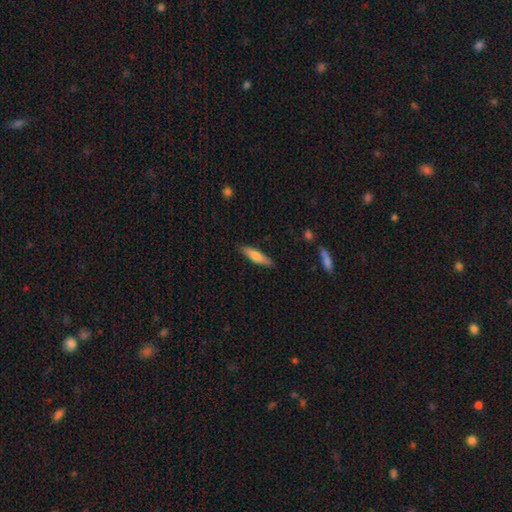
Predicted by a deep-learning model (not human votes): Smooth or featured: smooth — 71% (featured or disk — 23%)
How rounded: cigar-shaped — 72% (in between — 26%)
Merging: none — 87% (minor disturbance — 10%)